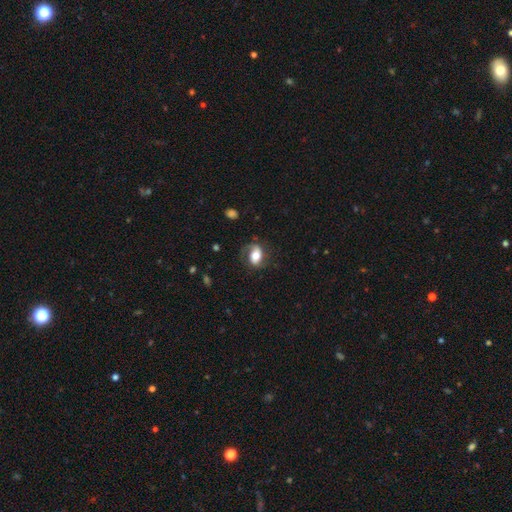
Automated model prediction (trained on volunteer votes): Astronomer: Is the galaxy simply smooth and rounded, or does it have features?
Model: featured or disk — 52% (runner-up: smooth, 40%).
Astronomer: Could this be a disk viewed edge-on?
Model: no — 95%.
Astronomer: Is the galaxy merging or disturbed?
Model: none — 64%.